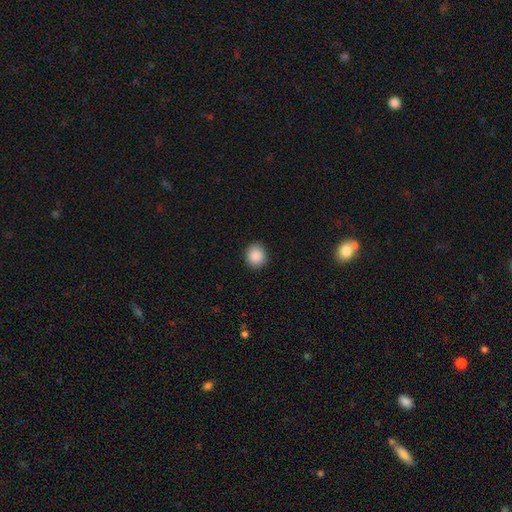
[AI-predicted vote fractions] smooth_or_featured: smooth (p=0.89) [alt: star or artifact p=0.08]
how_rounded: round (p=0.82) [alt: in between p=0.17]
merging: none (p=0.90) [alt: minor disturbance p=0.07]